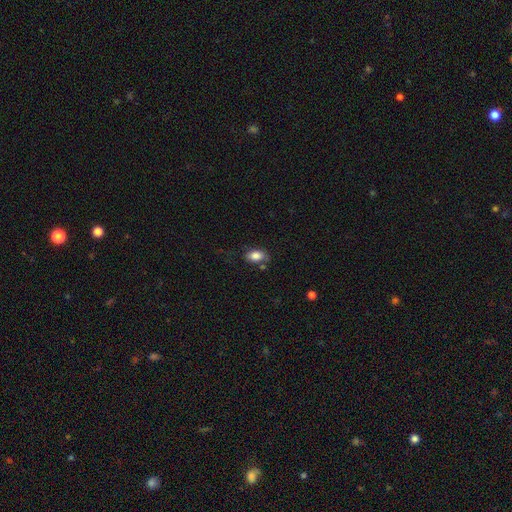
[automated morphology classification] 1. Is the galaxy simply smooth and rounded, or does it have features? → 84% smooth, 8% star or artifact, 8% featured or disk.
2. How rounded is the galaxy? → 89% in between, 9% round, 2% cigar-shaped.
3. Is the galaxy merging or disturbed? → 69% none, 19% minor disturbance, 6% merger, 5% major disturbance.